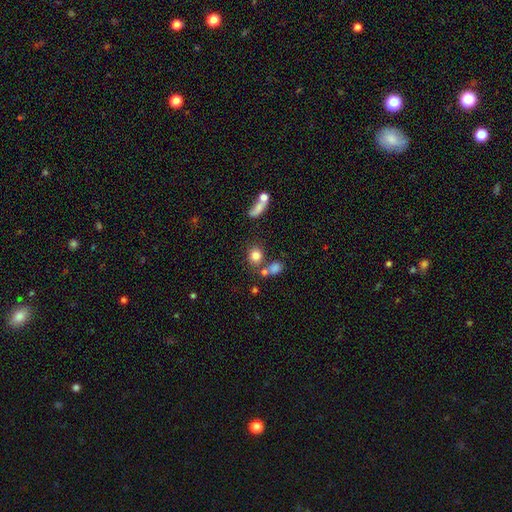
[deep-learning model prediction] This is likely a smooth galaxy (78%). How rounded: likely round (77%). Merging: likely none (61%).